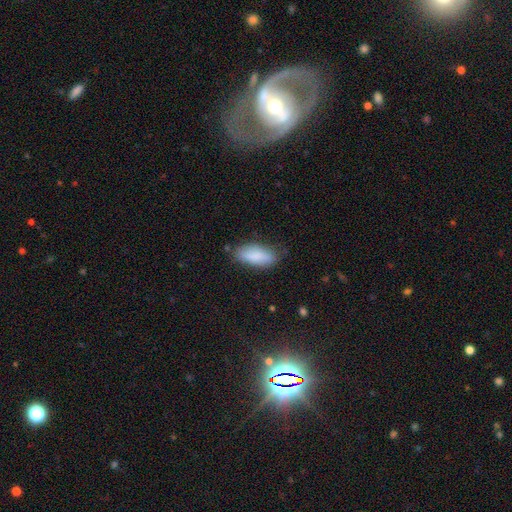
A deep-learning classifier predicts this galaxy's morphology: smooth_or_featured: smooth (p=0.85) [alt: featured or disk p=0.09]
how_rounded: in between (p=0.74) [alt: cigar-shaped p=0.24]
merging: none (p=0.75) [alt: minor disturbance p=0.19]